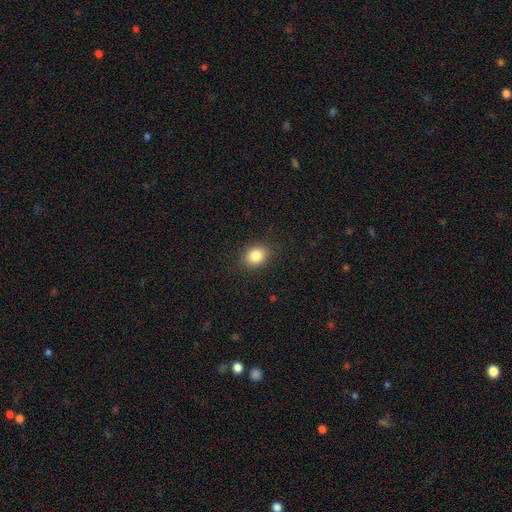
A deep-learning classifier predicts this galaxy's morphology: This appears to be a smooth galaxy with no disk features (84%) that is round (57%). Merging: none (88%).